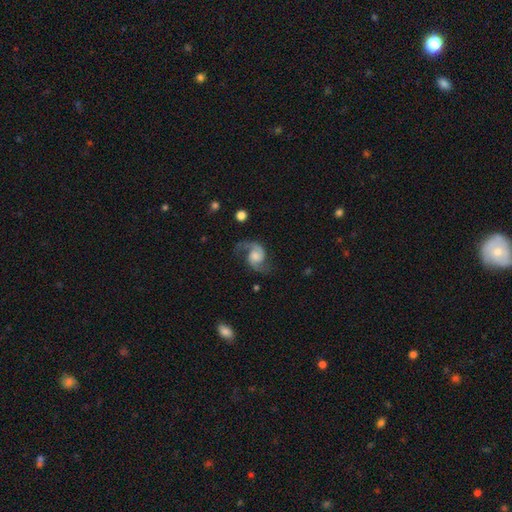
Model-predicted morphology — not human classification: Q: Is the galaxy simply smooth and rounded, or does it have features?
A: featured or disk — 88%.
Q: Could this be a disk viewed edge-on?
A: no — 98%.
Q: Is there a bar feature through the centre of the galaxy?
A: no — 58%.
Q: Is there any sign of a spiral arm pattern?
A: yes — 97%.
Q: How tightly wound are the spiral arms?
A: loose — 46%, tied with medium.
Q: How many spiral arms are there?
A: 2 — 93%.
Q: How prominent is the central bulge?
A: moderate — 33%.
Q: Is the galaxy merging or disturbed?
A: none — 72%.